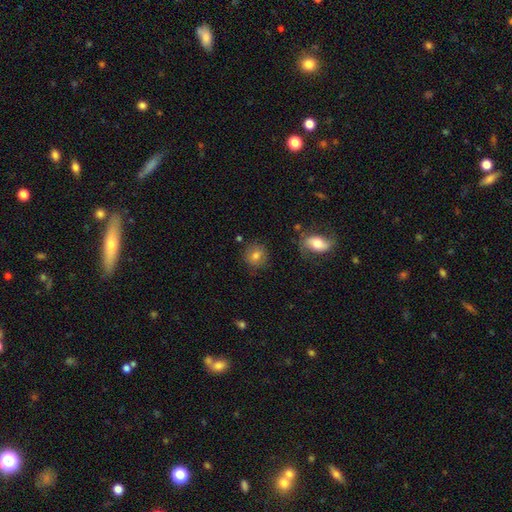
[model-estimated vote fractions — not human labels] This is likely a smooth galaxy (76%). How rounded: likely round (76%). Merging: clearly none (81%).